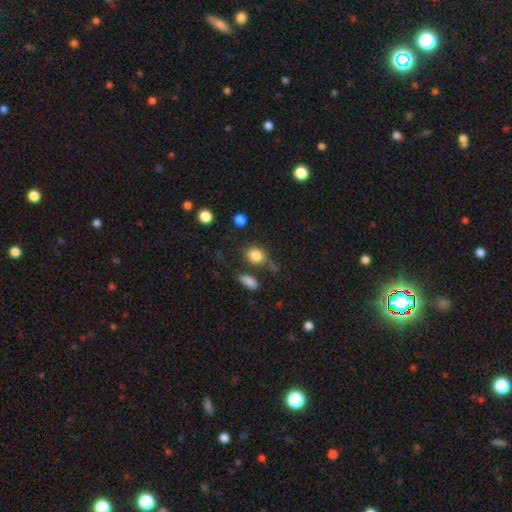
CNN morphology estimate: The model was most divided on "how rounded": round: 63%, in between: 35%, cigar-shaped: 2%. More confident: smooth or featured — smooth (84%); merging — none (62%).